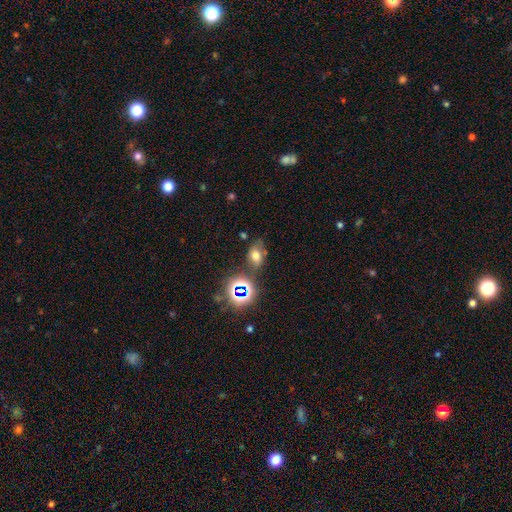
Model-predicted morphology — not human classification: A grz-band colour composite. It shows a smooth galaxy with no disk features (57%) that is in between round and cigar-shaped (80%). Merging: none (60%).